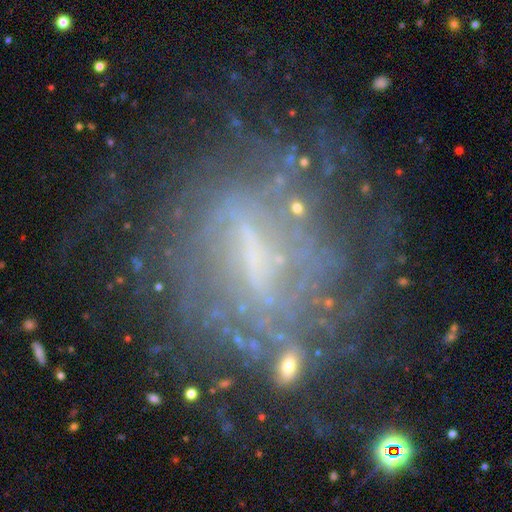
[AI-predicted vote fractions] This is likely a featured or disk galaxy (73%). It is clearly not viewed edge-on (93%). Bar: marginally strong (43%). Spiral arm pattern: likely yes (67%). Central bulge: marginally none (37%). Merging: possibly none (59%).